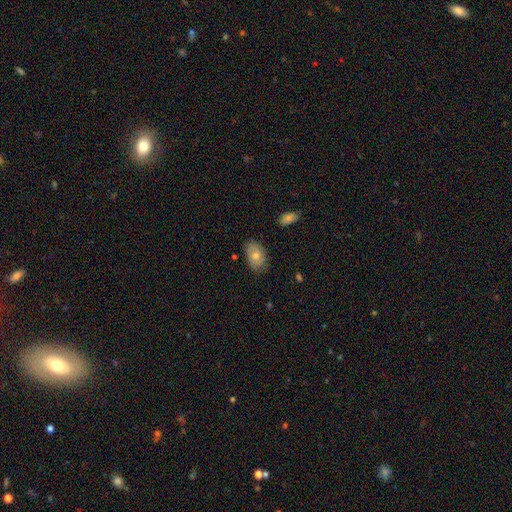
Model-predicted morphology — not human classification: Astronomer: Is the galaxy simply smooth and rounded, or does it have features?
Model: smooth — 74%.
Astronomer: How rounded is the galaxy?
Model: in between — 90%.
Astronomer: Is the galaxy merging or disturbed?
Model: none — 78%.